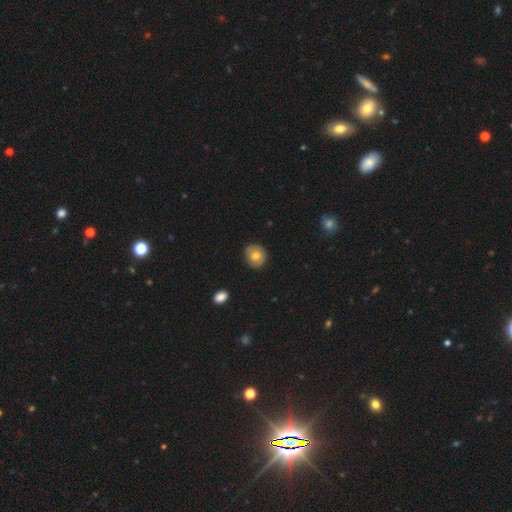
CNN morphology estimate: Smooth or featured?
  - smooth: 74% *
  - featured or disk: 17%
  - star or artifact: 8%
How rounded?
  - round: 77% *
  - in between: 22%
  - cigar-shaped: 1%
Merging?
  - none: 85% *
  - minor disturbance: 12%
  - major disturbance: 2%
  - merger: 1%